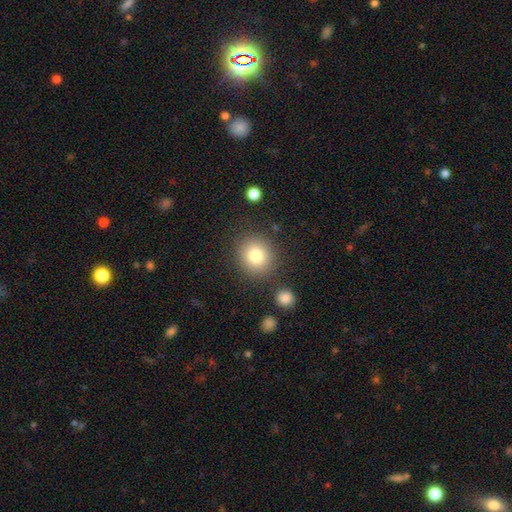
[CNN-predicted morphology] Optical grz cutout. It shows a smooth galaxy with no disk features (80%) that is round (88%). Merging: none (84%).